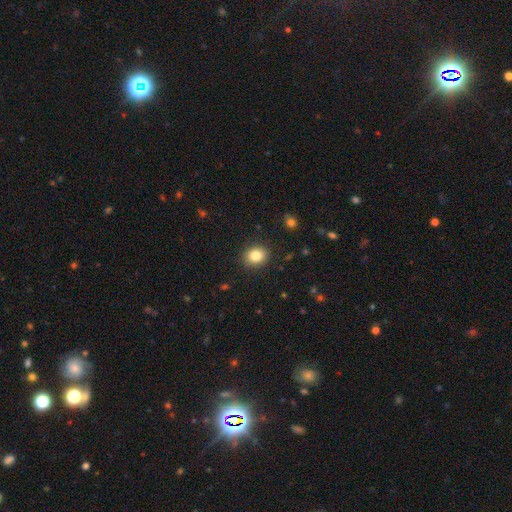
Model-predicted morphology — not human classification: This appears to be a smooth galaxy with no disk features (82%) that is round (63%). Merging: none (89%).